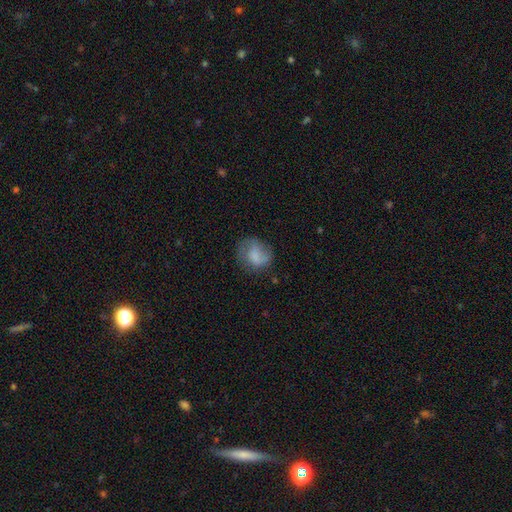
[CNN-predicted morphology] This appears to be a smooth galaxy with no disk features (66%) that is round (65%). Merging: none (55%).